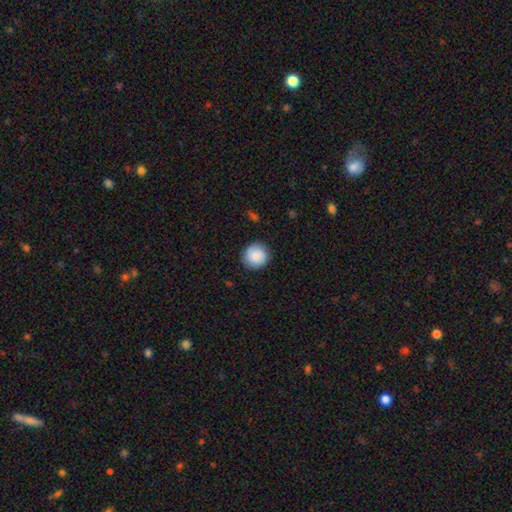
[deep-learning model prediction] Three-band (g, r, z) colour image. It shows a smooth galaxy with no disk features (80%) that is round (92%). Merging: none (88%).